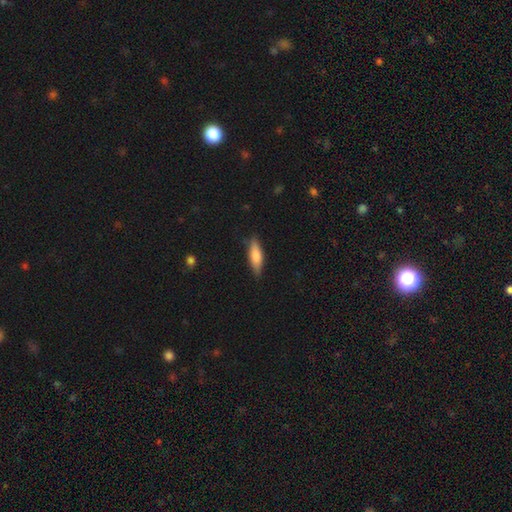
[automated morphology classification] smooth 73%, featured or disk 21%, star or artifact 6%. Down the decision tree: how rounded — cigar-shaped (54%); merging — none (82%).